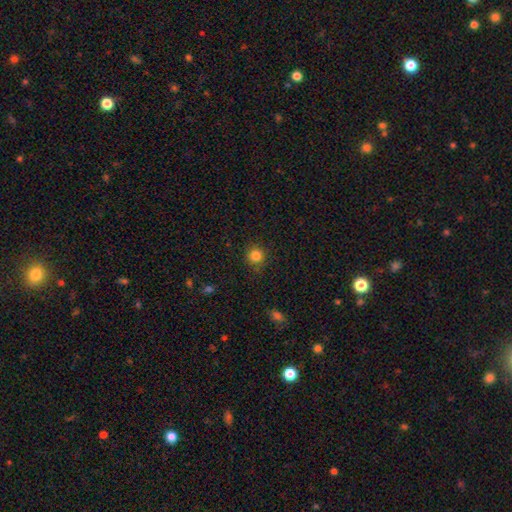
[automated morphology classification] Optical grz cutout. It shows a smooth galaxy with no disk features (83%) that is round (93%). Merging: none (88%).